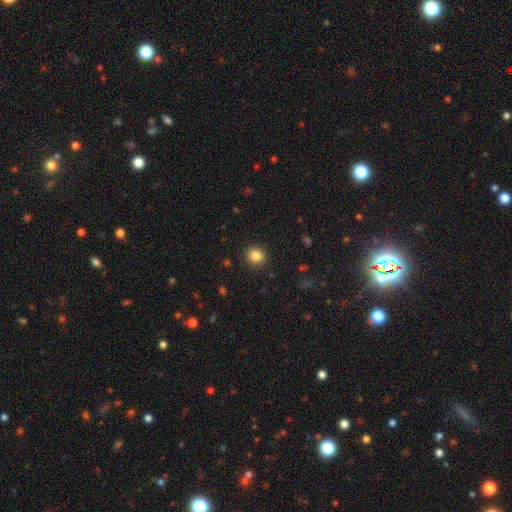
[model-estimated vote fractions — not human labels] smooth 84%, star or artifact 11%, featured or disk 5%. Down the decision tree: how rounded — round (88%); merging — none (91%).